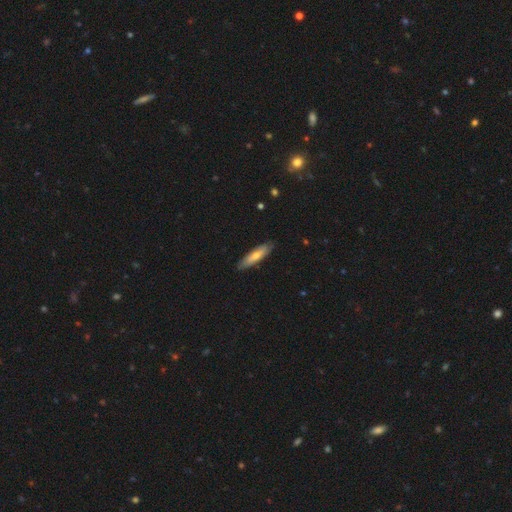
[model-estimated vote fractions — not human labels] smooth_or_featured: smooth (p=0.60) [alt: featured or disk p=0.34]
how_rounded: cigar-shaped (p=0.69) [alt: in between p=0.29]
merging: none (p=0.85) [alt: minor disturbance p=0.12]